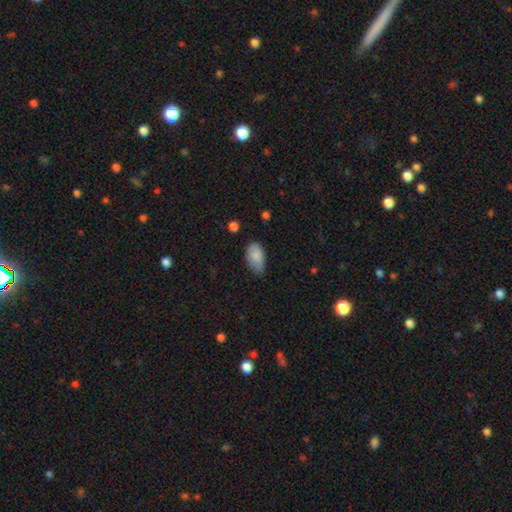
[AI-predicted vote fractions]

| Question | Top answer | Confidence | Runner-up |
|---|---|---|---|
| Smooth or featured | smooth | 87% | star or artifact (7%) |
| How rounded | in between | 93% | round (5%) |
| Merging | none | 58% | minor disturbance (34%) |